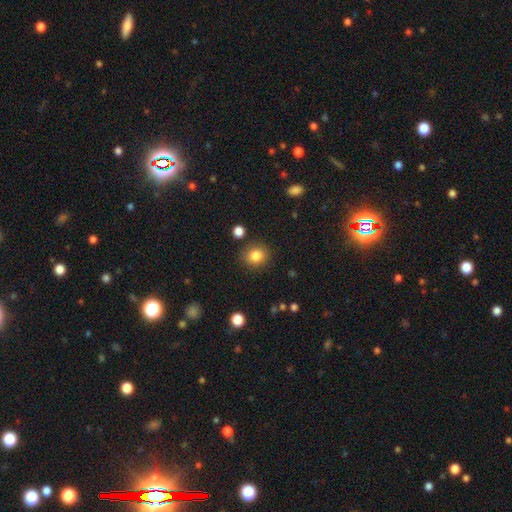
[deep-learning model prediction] Smooth or featured? smooth (84%)
How rounded? round (80%)
Merging? none (86%)